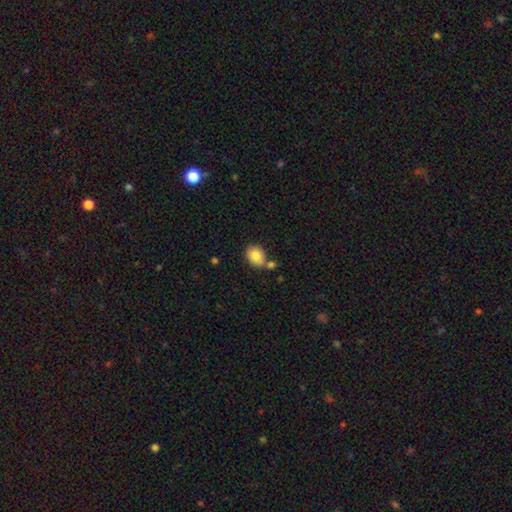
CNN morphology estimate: type=smooth (82%); roundness=in between (57%); merging=none (60%).